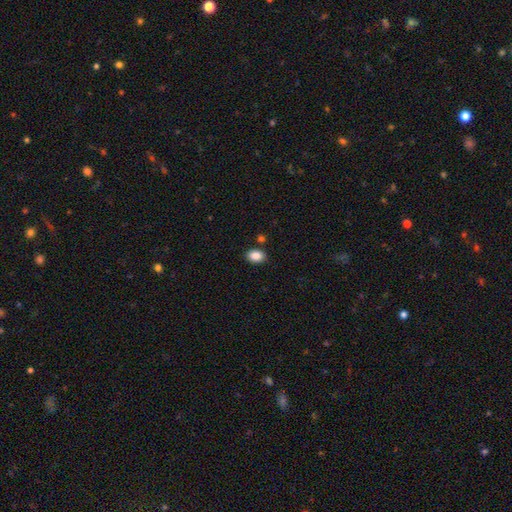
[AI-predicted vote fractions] The model was most divided on "how rounded": in between: 75%, round: 24%, cigar-shaped: 1%. More confident: smooth or featured — smooth (88%); merging — none (85%).